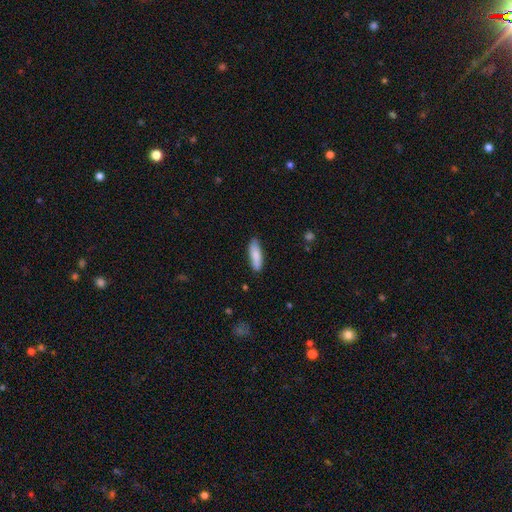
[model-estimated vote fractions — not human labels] smooth 84%, featured or disk 10%, star or artifact 6%. Down the decision tree: how rounded — cigar-shaped (56%); merging — none (84%).